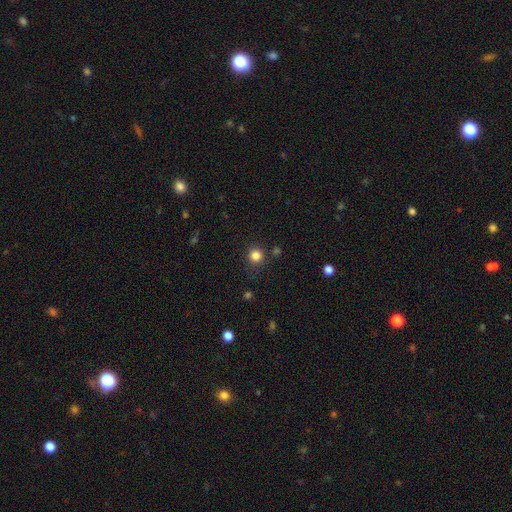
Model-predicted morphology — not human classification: Smooth or featured? smooth (83%)
How rounded? round (93%)
Merging? none (86%)